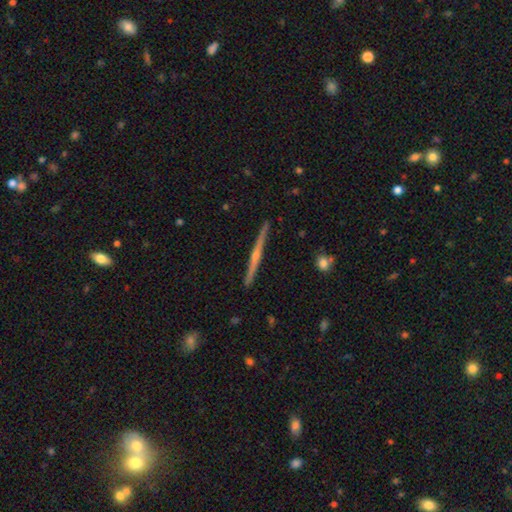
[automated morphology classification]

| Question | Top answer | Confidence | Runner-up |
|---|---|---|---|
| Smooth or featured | featured or disk | 73% | smooth (18%) |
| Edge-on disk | yes | 97% | no (3%) |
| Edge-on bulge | rounded | 73% | none (19%) |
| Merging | none | 90% | minor disturbance (7%) |